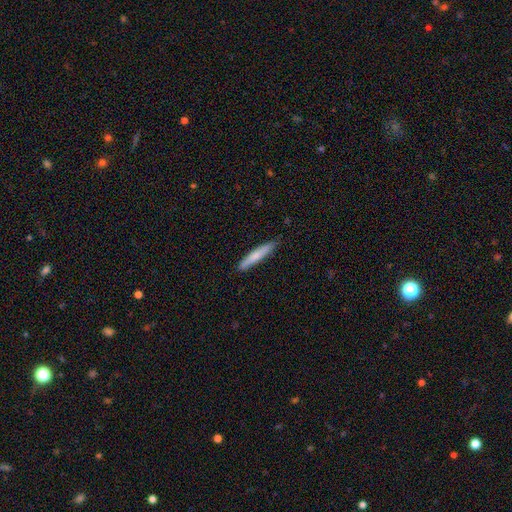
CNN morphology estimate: smooth 74%, featured or disk 21%, star or artifact 5%. Down the decision tree: how rounded — cigar-shaped (92%); merging — none (86%).